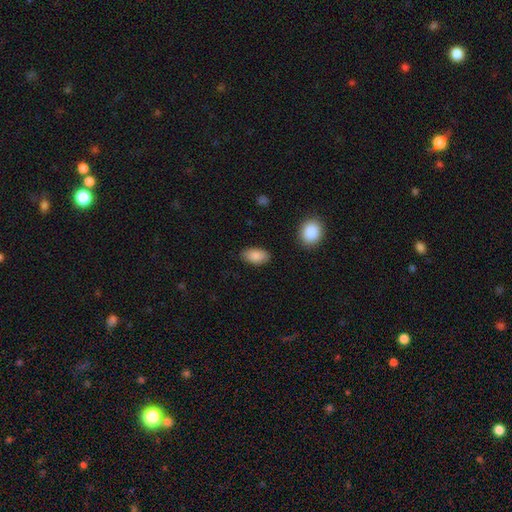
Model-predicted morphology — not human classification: smooth 88%, star or artifact 7%, featured or disk 6%. Down the decision tree: how rounded — in between (94%); merging — none (86%).